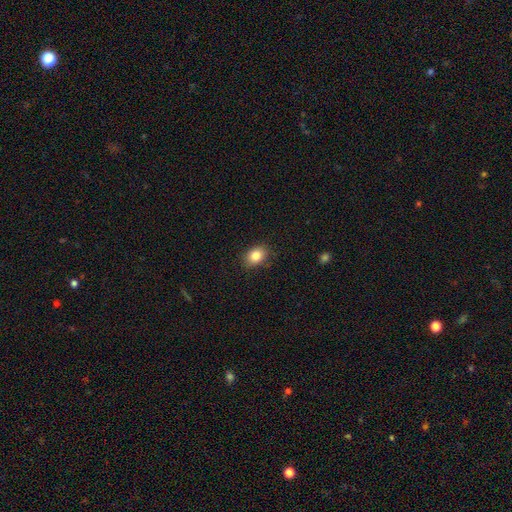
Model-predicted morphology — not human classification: The model was most divided on "how rounded": in between: 69%, round: 30%, cigar-shaped: 1%. More confident: merging — none (85%); smooth or featured — smooth (85%).